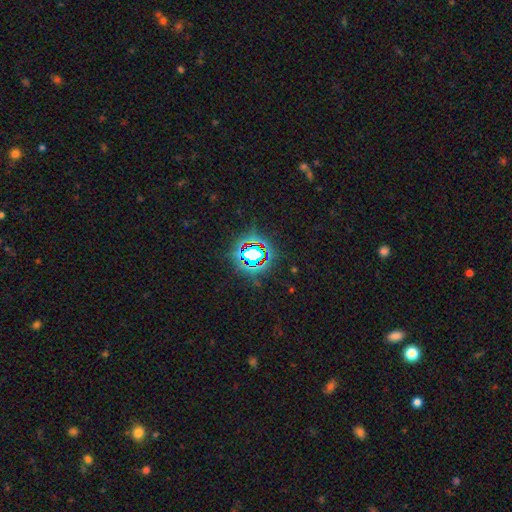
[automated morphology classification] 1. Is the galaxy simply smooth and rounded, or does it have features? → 80% star or artifact, 12% smooth, 8% featured or disk.